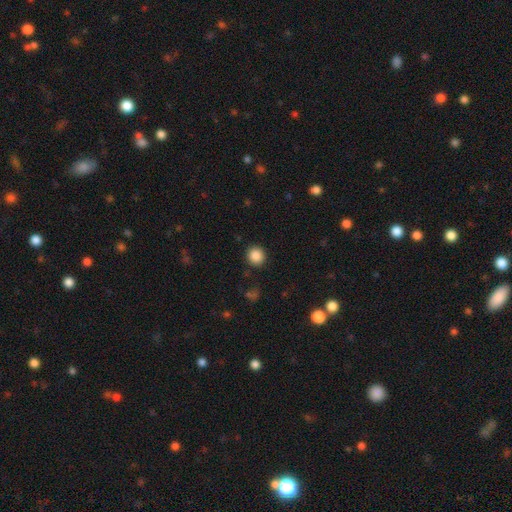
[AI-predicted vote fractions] Morphology: type=smooth (87%); roundness=round (91%); merging=none (91%).